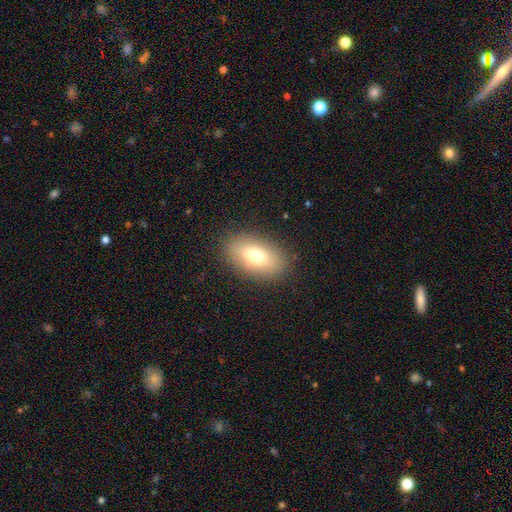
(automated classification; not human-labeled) This appears to be a smooth galaxy with no disk features (74%) that is in between round and cigar-shaped (90%). Merging: none (87%).